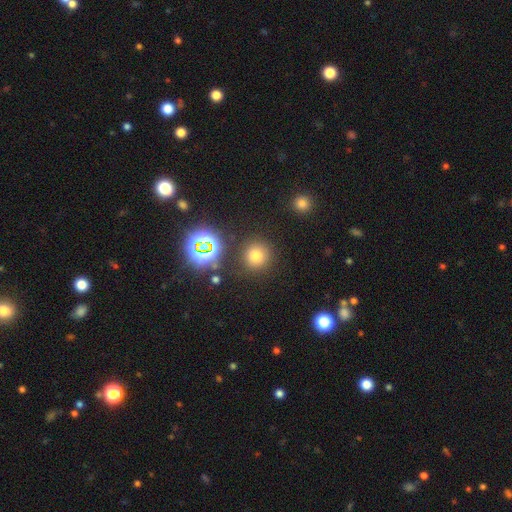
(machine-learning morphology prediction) A smooth galaxy with no disk features (70%) that is round (93%).

Vote fractions:
- Smooth or featured? smooth: 70% / star or artifact: 22% / featured or disk: 7%
- How rounded? round: 93% / in between: 6% / cigar-shaped: 1%
- Merging? none: 86% / minor disturbance: 8% / major disturbance: 3% / merger: 3%